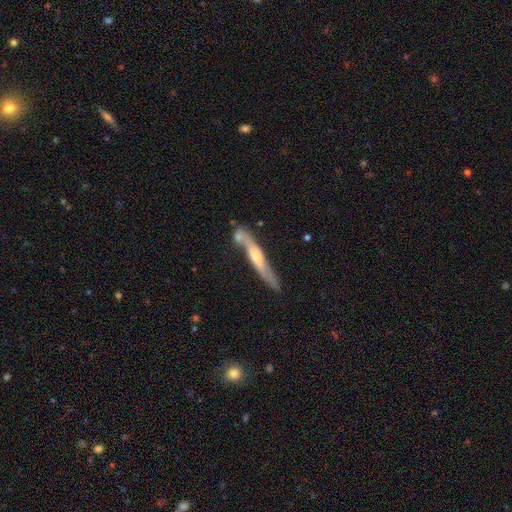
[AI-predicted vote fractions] Morphology: type=featured or disk (67%); edge-on=yes (84%); edge-on bulge=rounded (70%); merging=none (58%).